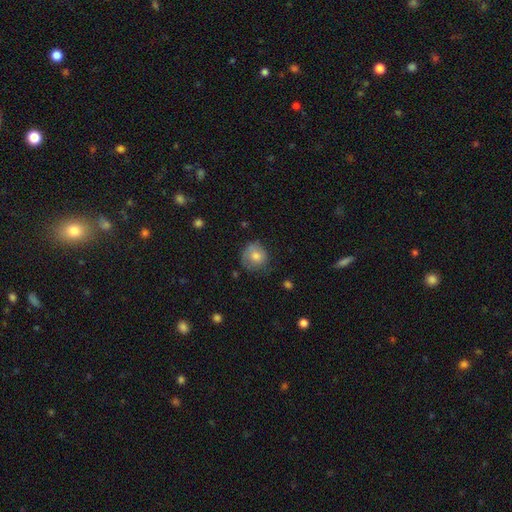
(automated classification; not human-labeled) This is likely a smooth galaxy (73%). How rounded: clearly round (85%). Merging: likely none (64%).